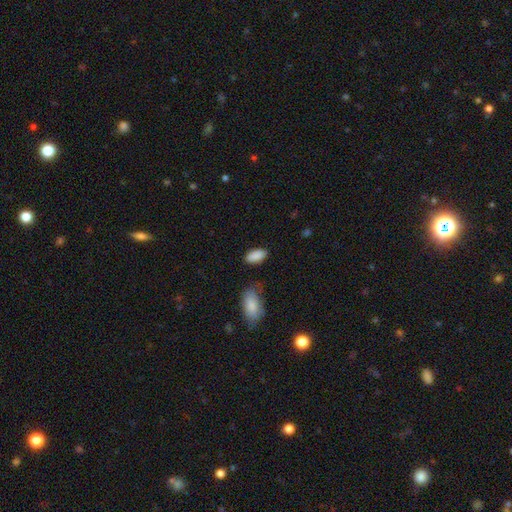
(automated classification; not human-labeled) Smooth or featured? smooth (89%)
How rounded? in between (93%)
Merging? none (79%)